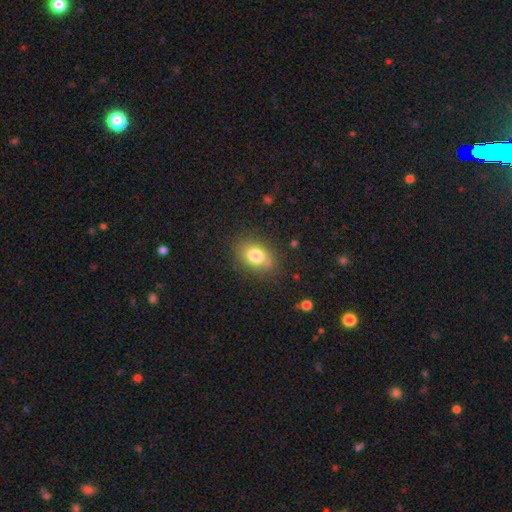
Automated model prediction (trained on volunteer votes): Smooth or featured?
  - smooth: 79% *
  - featured or disk: 11%
  - star or artifact: 10%
How rounded?
  - in between: 72% *
  - round: 27%
  - cigar-shaped: 1%
Merging?
  - none: 78% *
  - minor disturbance: 15%
  - major disturbance: 4%
  - merger: 3%